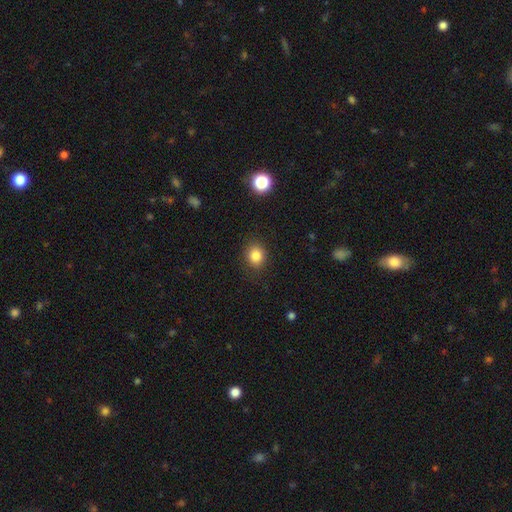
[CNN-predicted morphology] type=smooth (84%); roundness=round (68%); merging=none (86%).